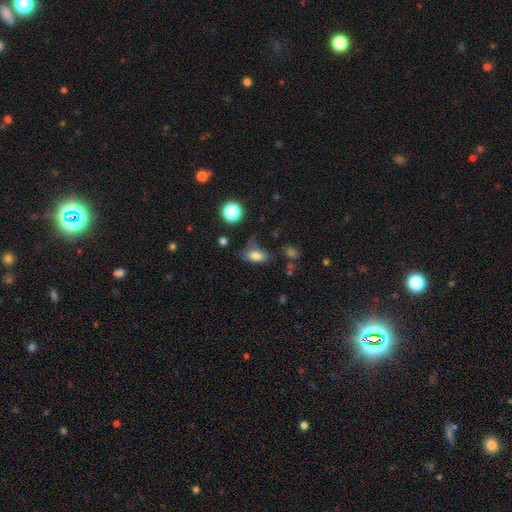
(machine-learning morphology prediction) A smooth galaxy with no disk features (79%) that is in between round and cigar-shaped (85%).

Vote fractions:
- Smooth or featured? smooth: 79% / star or artifact: 11% / featured or disk: 10%
- How rounded? in between: 85% / round: 8% / cigar-shaped: 7%
- Merging? none: 53% / minor disturbance: 28% / major disturbance: 14% / merger: 6%